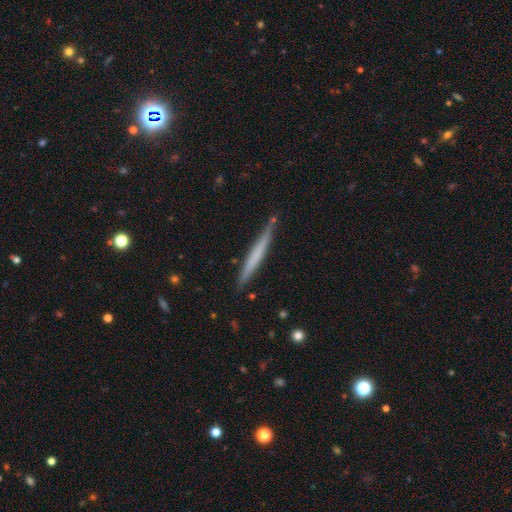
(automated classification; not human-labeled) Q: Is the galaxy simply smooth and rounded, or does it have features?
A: smooth — 52%.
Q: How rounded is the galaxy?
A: cigar-shaped — 97%.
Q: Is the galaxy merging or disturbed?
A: none — 86%.